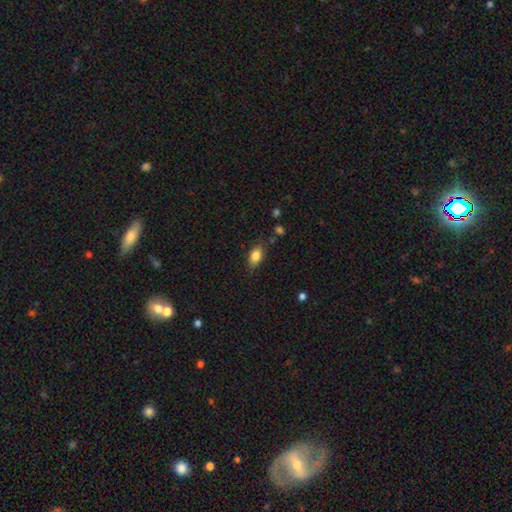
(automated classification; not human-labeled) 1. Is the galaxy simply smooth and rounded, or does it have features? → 83% smooth, 9% featured or disk, 8% star or artifact.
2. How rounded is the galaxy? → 86% in between, 8% round, 6% cigar-shaped.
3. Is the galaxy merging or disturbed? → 80% none, 15% minor disturbance, 3% major disturbance, 2% merger.